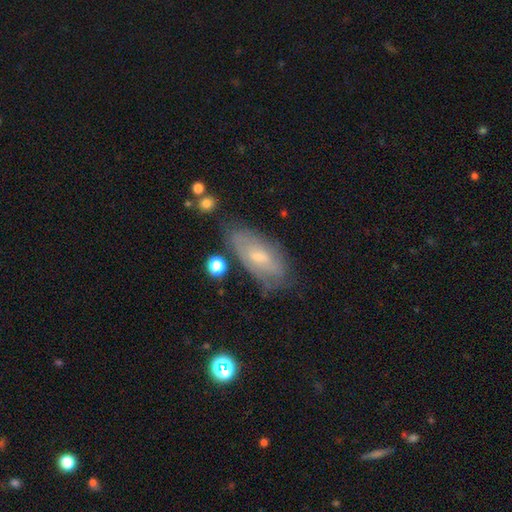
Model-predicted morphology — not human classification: The model was most divided on "smooth or featured": featured or disk: 49%, smooth: 42%, star or artifact: 9%. More confident: merging — none (66%).